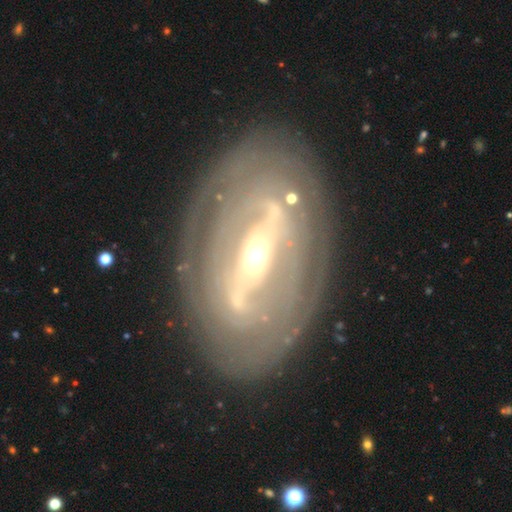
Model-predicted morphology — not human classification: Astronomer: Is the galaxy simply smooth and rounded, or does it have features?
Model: featured or disk — 83%.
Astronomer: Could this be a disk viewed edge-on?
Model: no — 90%.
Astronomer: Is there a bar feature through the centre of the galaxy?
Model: strong — 60%.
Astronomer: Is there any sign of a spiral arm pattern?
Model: yes — 65%.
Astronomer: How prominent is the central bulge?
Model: small — 47%, tied with moderate at 47%.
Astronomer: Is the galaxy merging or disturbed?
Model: none — 80%.